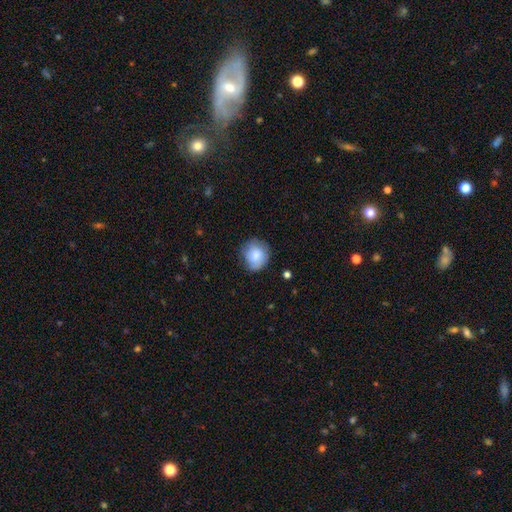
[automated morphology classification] smooth-or-featured: smooth: 76% | featured or disk: 16% | star or artifact: 7%
  how-rounded: round: 83% | in between: 17% | cigar-shaped: 1%
  merging: none: 72% | minor disturbance: 21% | major disturbance: 5% | merger: 1%